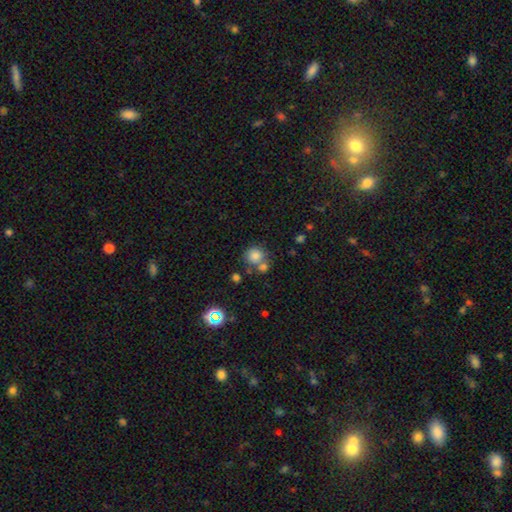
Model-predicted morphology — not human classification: Smooth or featured: smooth — 77% (star or artifact — 14%)
How rounded: round — 88% (in between — 11%)
Merging: none — 53% (merger — 33%)